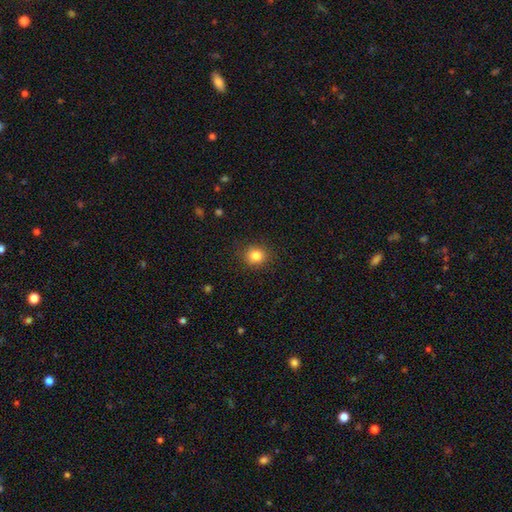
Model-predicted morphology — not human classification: smooth-or-featured: smooth: 83% | star or artifact: 11% | featured or disk: 5%
  how-rounded: round: 82% | in between: 17% | cigar-shaped: 1%
  merging: none: 88% | minor disturbance: 8% | major disturbance: 3% | merger: 1%